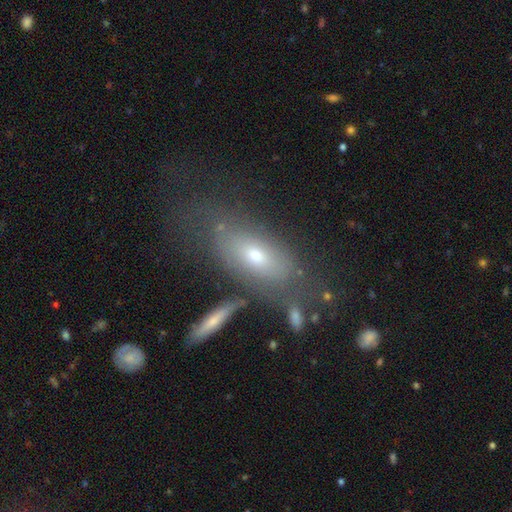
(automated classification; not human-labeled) Smooth or featured? Predicted: smooth (p=0.61). How rounded? Predicted: in between (p=0.77). Merging? Predicted: none (p=0.60).